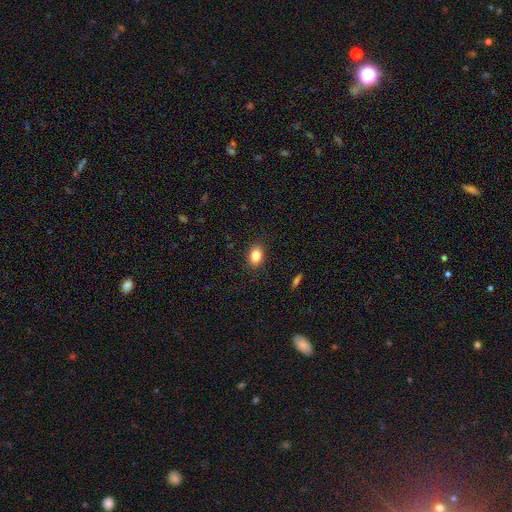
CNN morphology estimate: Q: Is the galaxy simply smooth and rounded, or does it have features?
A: smooth — 85%.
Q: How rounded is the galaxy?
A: in between — 75%.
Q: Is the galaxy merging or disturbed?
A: none — 87%.